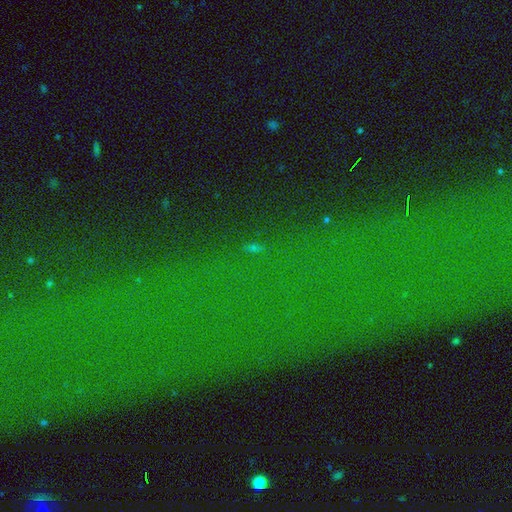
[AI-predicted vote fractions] Q: Smooth or featured?
A: star or artifact (76%); runner-up: featured or disk (12%)